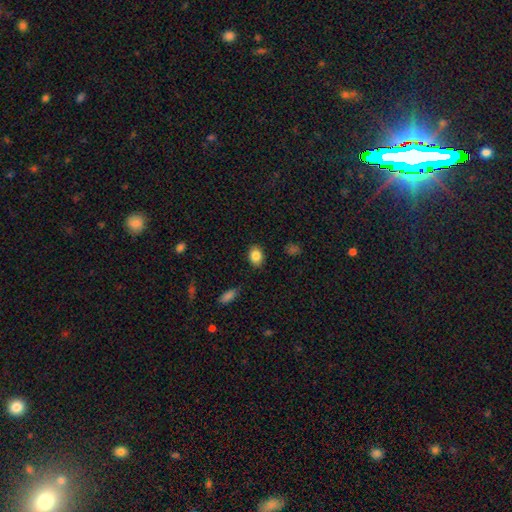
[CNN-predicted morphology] A smooth galaxy with no disk features (84%) that is in between round and cigar-shaped (66%). Merging: none (85%).